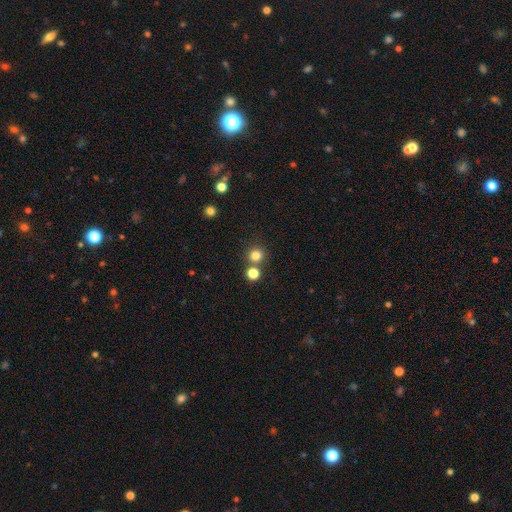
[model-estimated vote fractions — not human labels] This appears to be a smooth galaxy with no disk features (80%) that is round (93%). Merging: none (76%).